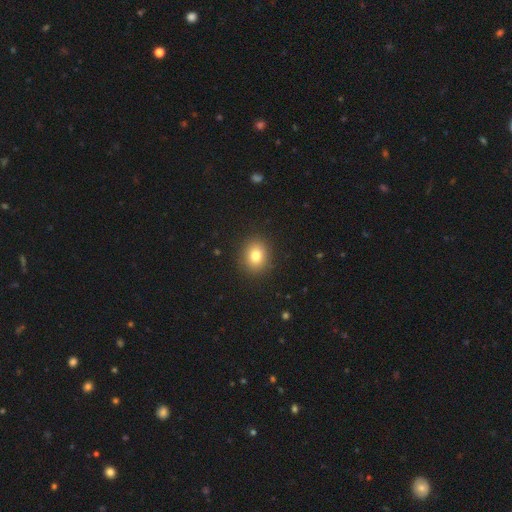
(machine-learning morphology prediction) A smooth galaxy with no disk features (79%) that is round (70%). Merging: none (90%).